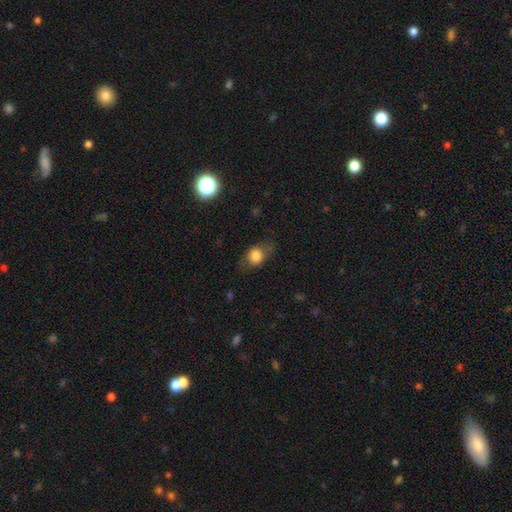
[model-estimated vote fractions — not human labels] The model was most divided on "how rounded": in between: 51%, round: 47%, cigar-shaped: 3%. More confident: smooth or featured — smooth (75%); merging — none (67%).